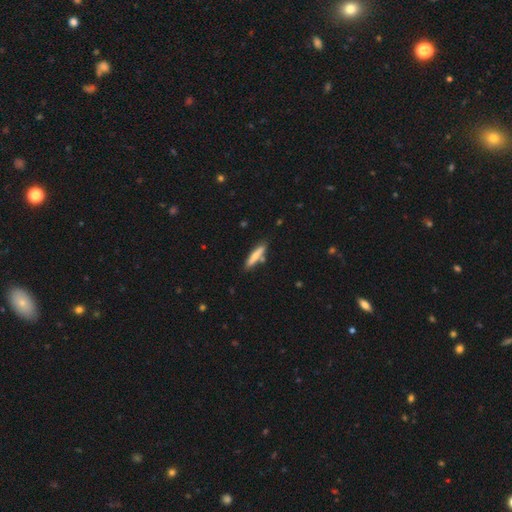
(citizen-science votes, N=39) Morphology: type=smooth (62%); roundness=cigar-shaped (100%); merging=none (74%).